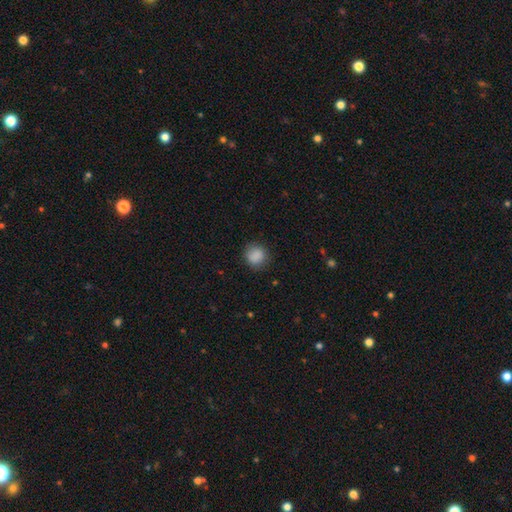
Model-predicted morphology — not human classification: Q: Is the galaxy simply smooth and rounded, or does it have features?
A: smooth — 87%.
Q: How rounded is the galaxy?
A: round — 85%.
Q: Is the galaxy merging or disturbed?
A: none — 83%.